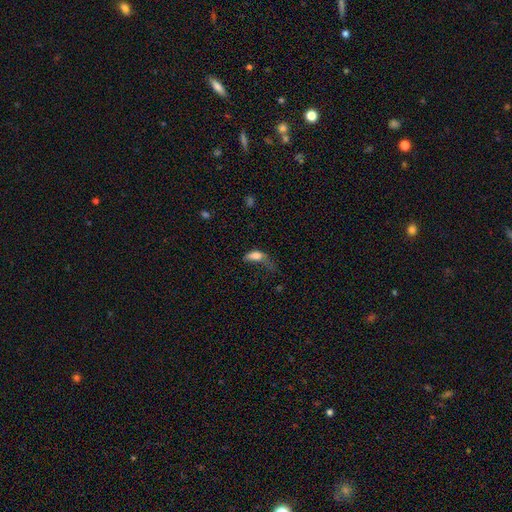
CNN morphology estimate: Overall: smooth (72%). How rounded: in between (81%). Merging: major disturbance (59%; minor disturbance 20%).